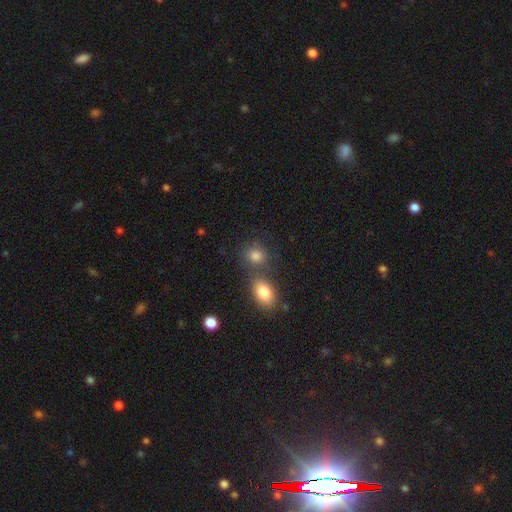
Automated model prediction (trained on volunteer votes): Smooth or featured?
  - smooth: 81% *
  - star or artifact: 11%
  - featured or disk: 8%
How rounded?
  - round: 60% *
  - in between: 38%
  - cigar-shaped: 2%
Merging?
  - none: 54% *
  - merger: 31%
  - minor disturbance: 10%
  - major disturbance: 4%